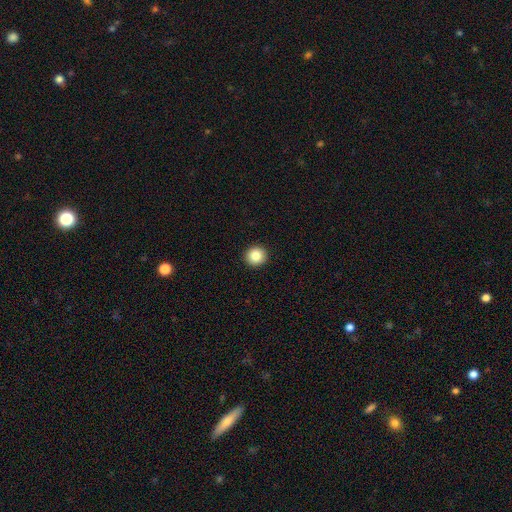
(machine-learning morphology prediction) Smooth or featured? smooth (87%)
How rounded? round (94%)
Merging? none (93%)